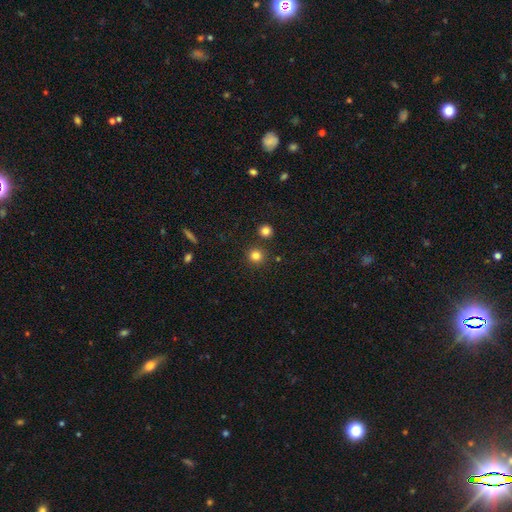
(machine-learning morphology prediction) Overall: smooth (81%). How rounded: round (93%). Merging: none (87%).